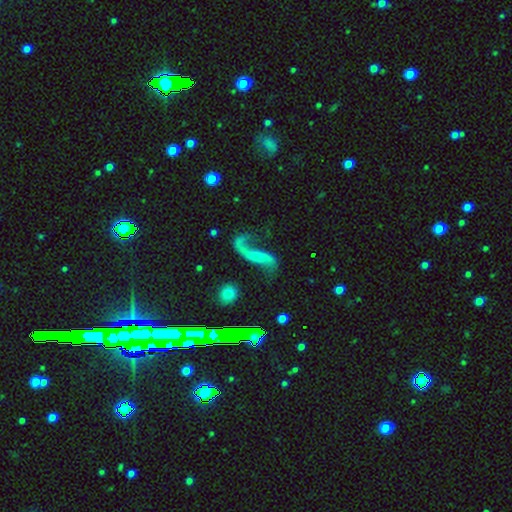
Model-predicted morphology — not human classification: Q: Smooth or featured?
A: featured or disk (74%); runner-up: smooth (13%)
Q: Edge-on disk?
A: no (91%); runner-up: yes (9%)
Q: Bar?
A: no (50%); runner-up: weak (28%)
Q: Spiral arms?
A: yes (89%); runner-up: no (11%)
Q: Spiral winding?
A: loose (90%); runner-up: medium (7%)
Q: Spiral arm count?
A: 2 (80%); runner-up: 1 (15%)
Q: Bulge size?
A: none (46%); runner-up: small (36%)
Q: Merging?
A: none (47%); runner-up: major disturbance (28%)